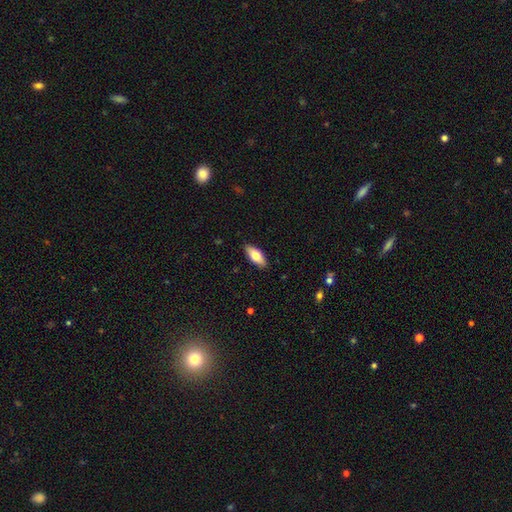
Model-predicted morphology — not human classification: smooth-or-featured: smooth: 74% | featured or disk: 20% | star or artifact: 6%
  how-rounded: in between: 81% | cigar-shaped: 17% | round: 2%
  merging: none: 89% | minor disturbance: 9% | major disturbance: 2% | merger: 1%